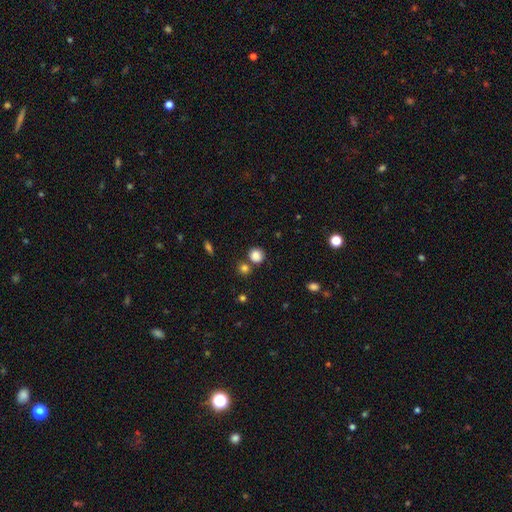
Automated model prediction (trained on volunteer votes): A smooth galaxy with no disk features (84%) that is round (88%). Merging: none (72%).